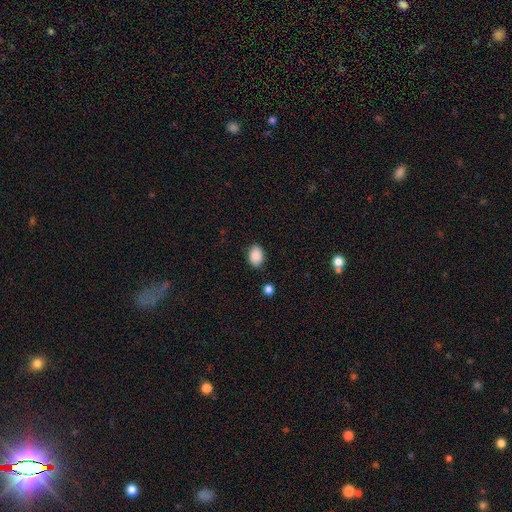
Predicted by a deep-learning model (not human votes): Overall: smooth (89%). How rounded: in between (79%). Merging: none (83%).